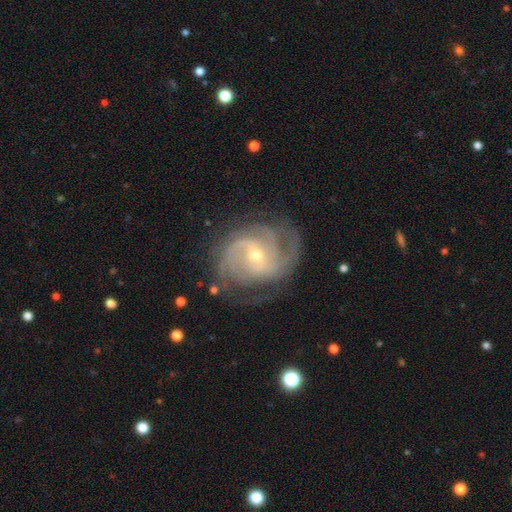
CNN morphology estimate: The model was most divided on "spiral arm count": 2: 35%, 3: 26%, can't tell: 19%, 4: 9%, 1: 5%, more than 4: 5%. Remaining: edge-on disk — no (97%); spiral arms — yes (97%); smooth or featured — featured or disk (89%); merging — none (69%); bulge size — small (58%); spiral winding — tight (51%); bar — no (50%).